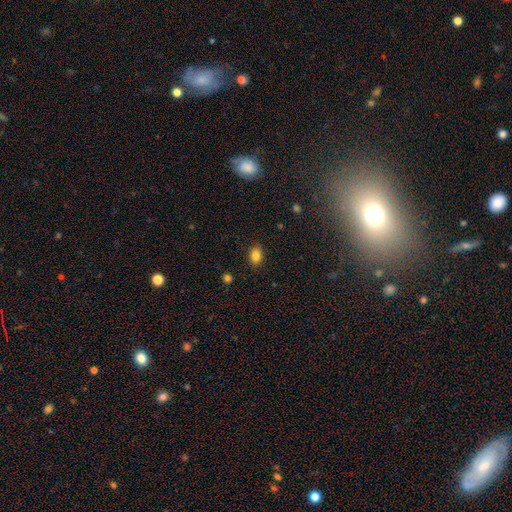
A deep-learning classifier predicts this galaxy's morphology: smooth-or-featured: smooth: 85% | star or artifact: 10% | featured or disk: 5%
  how-rounded: in between: 80% | round: 19% | cigar-shaped: 1%
  merging: none: 87% | minor disturbance: 9% | major disturbance: 2% | merger: 1%